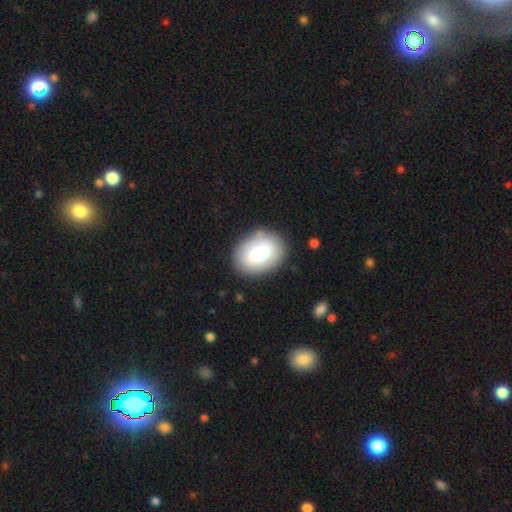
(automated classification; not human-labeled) A smooth galaxy with no disk features (68%) that is in between round and cigar-shaped (67%). Merging: none (83%).